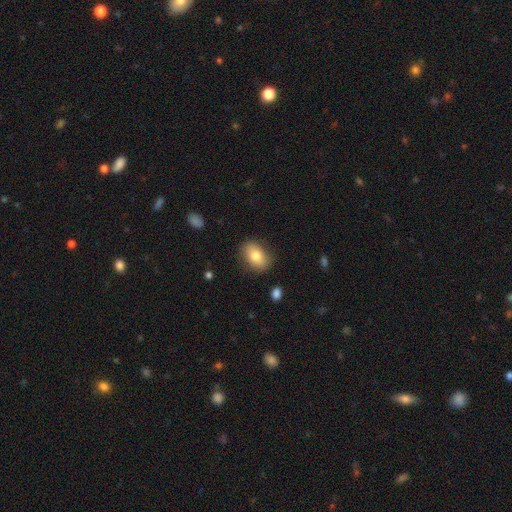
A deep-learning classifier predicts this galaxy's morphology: Overall: smooth (78%). How rounded: in between (81%). Merging: none (82%).